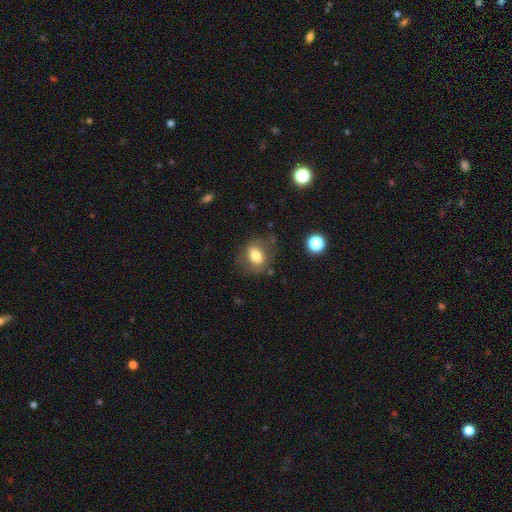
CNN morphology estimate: Smooth or featured? smooth (73%)
How rounded? in between (61%)
Merging? none (67%)